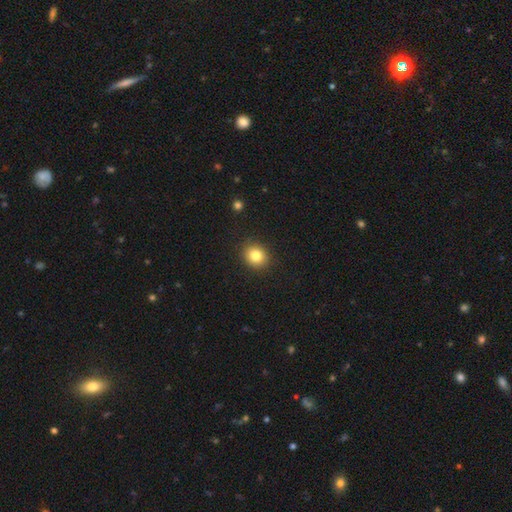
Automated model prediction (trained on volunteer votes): Smooth or featured? smooth (83%)
How rounded? round (72%)
Merging? none (90%)